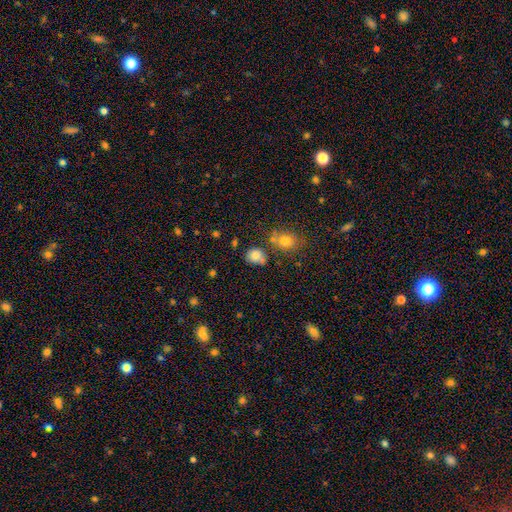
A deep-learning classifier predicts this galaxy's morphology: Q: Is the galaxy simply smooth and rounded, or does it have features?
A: smooth — 81%.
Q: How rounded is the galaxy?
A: round — 65%.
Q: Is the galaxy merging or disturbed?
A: none — 59%.